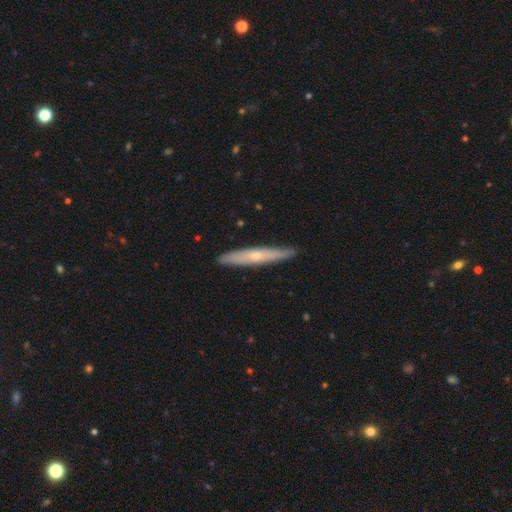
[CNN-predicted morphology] Overall: featured or disk (54%; smooth 40%). Edge-on disk: yes (88%). Merging: none (89%).